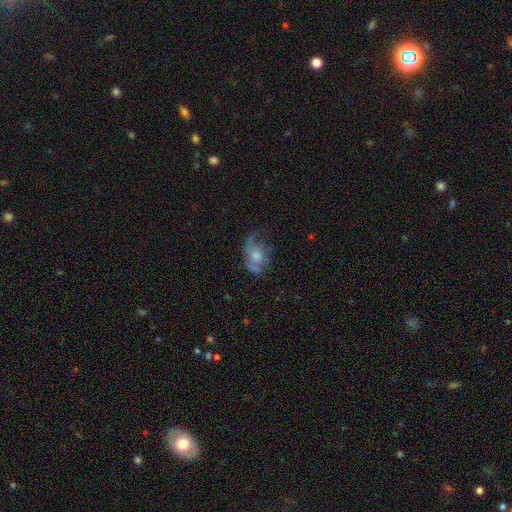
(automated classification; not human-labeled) Smooth or featured: featured or disk — 57% (smooth — 32%)
Edge-on disk: no — 95% (yes — 5%)
Bar: no — 80% (weak — 17%)
Spiral arms: yes — 68% (no — 32%)
Bulge size: moderate — 56% (small — 31%)
Merging: none — 50% (minor disturbance — 26%)